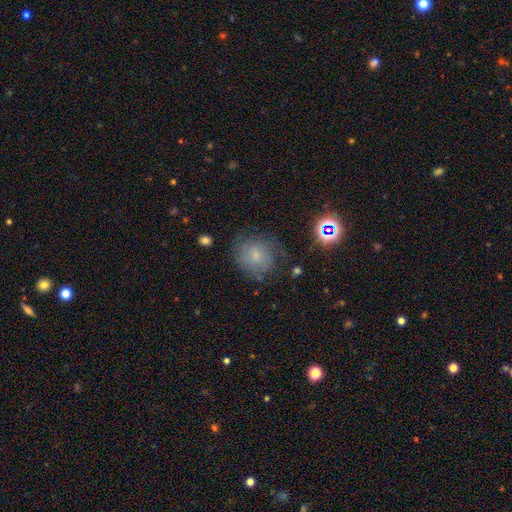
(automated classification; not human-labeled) Q: Smooth or featured?
A: smooth (57%); runner-up: featured or disk (29%)
Q: How rounded?
A: round (80%); runner-up: in between (19%)
Q: Merging?
A: none (58%); runner-up: minor disturbance (25%)